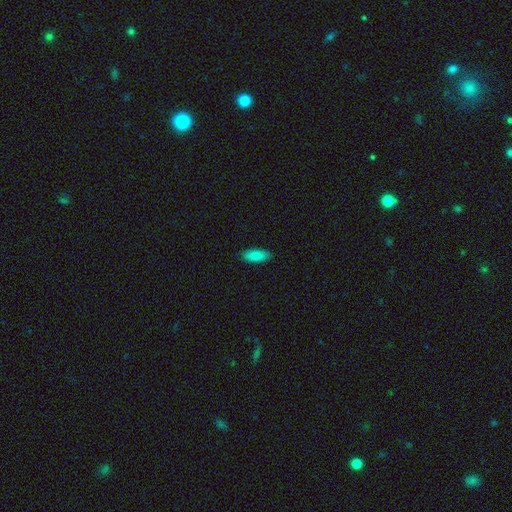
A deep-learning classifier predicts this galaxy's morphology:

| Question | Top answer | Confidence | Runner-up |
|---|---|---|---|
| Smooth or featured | smooth | 87% | featured or disk (7%) |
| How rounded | in between | 76% | cigar-shaped (22%) |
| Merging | none | 89% | minor disturbance (9%) |